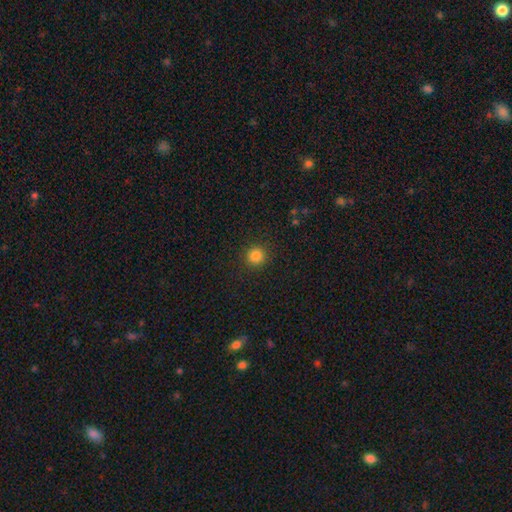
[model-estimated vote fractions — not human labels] Q: Smooth or featured?
A: smooth (84%); runner-up: star or artifact (12%)
Q: How rounded?
A: round (94%); runner-up: in between (5%)
Q: Merging?
A: none (90%); runner-up: minor disturbance (6%)